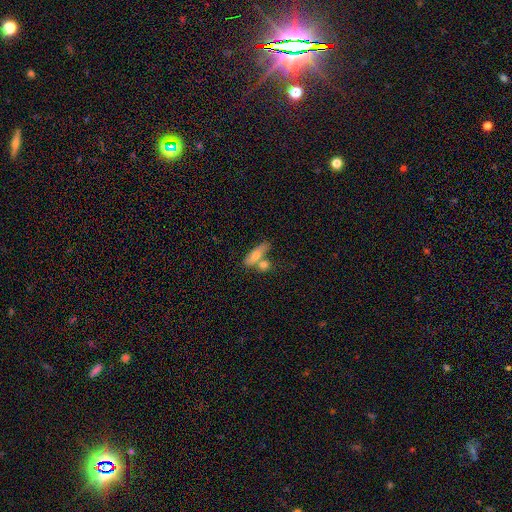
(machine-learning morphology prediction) A smooth galaxy with no disk features (68%) that is in between round and cigar-shaped (60%). Merging: none (42%).